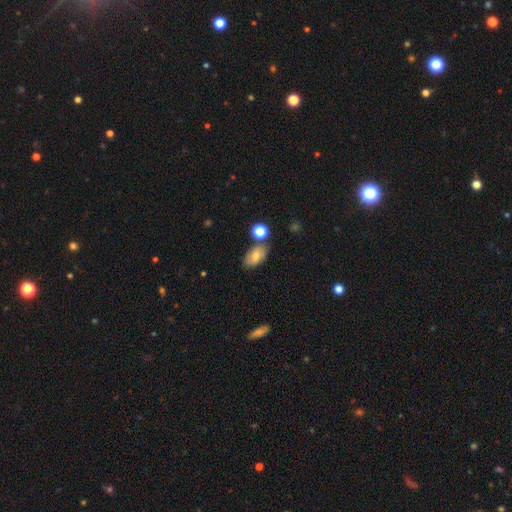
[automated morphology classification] Smooth or featured?
  - smooth: 64% *
  - featured or disk: 26%
  - star or artifact: 11%
How rounded?
  - in between: 87% *
  - round: 11%
  - cigar-shaped: 2%
Merging?
  - none: 71% *
  - minor disturbance: 15%
  - merger: 9%
  - major disturbance: 4%